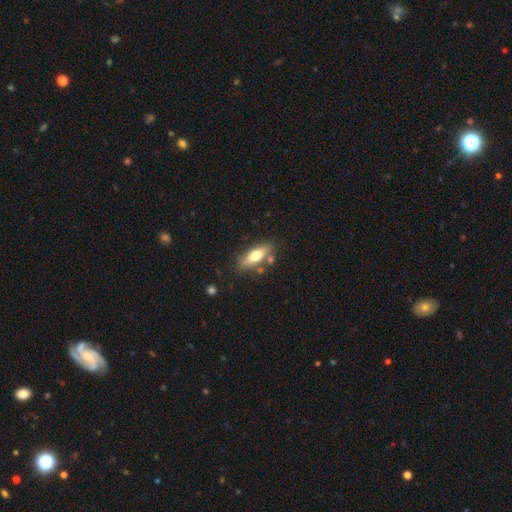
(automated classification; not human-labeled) Smooth or featured?
  - smooth: 62% *
  - featured or disk: 31%
  - star or artifact: 6%
How rounded?
  - in between: 58% *
  - cigar-shaped: 39%
  - round: 3%
Merging?
  - none: 75% *
  - minor disturbance: 14%
  - merger: 8%
  - major disturbance: 4%